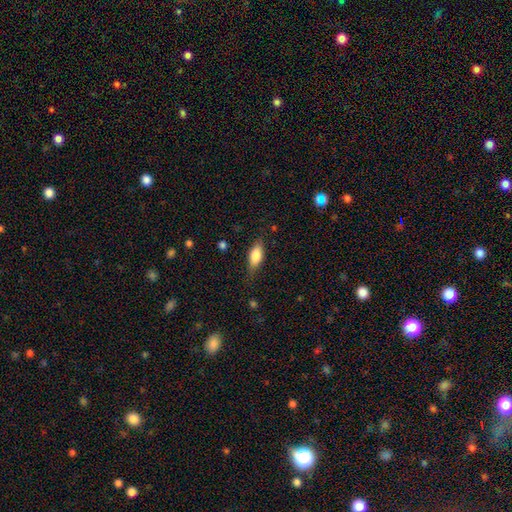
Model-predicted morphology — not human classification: Smooth or featured? smooth (79%)
How rounded? in between (81%)
Merging? none (75%)